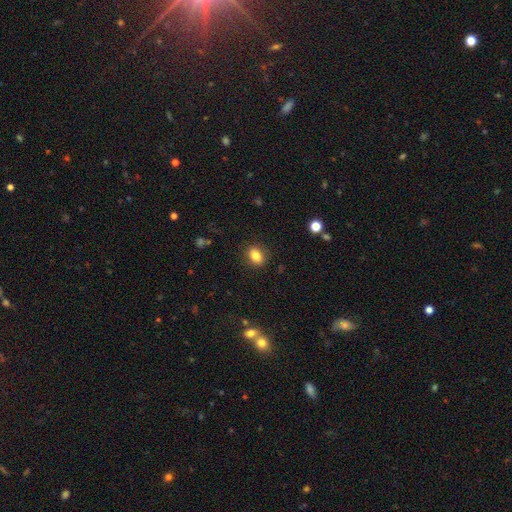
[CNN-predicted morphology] A smooth galaxy with no disk features (82%) that is in between round and cigar-shaped (62%). Merging: none (87%).